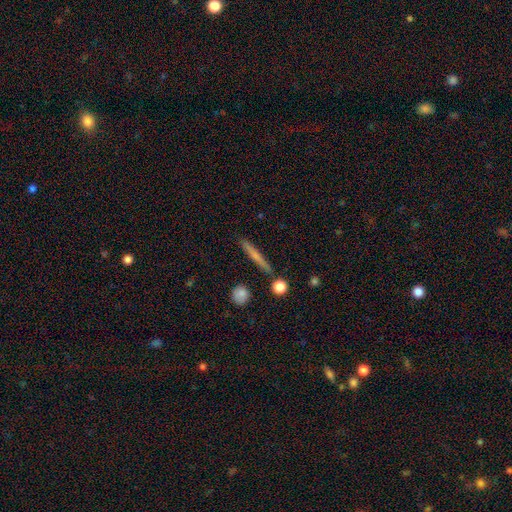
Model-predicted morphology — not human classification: The model was most divided on "smooth or featured": smooth: 56%, featured or disk: 37%, star or artifact: 7%. More confident: how rounded — cigar-shaped (92%); merging — none (87%).